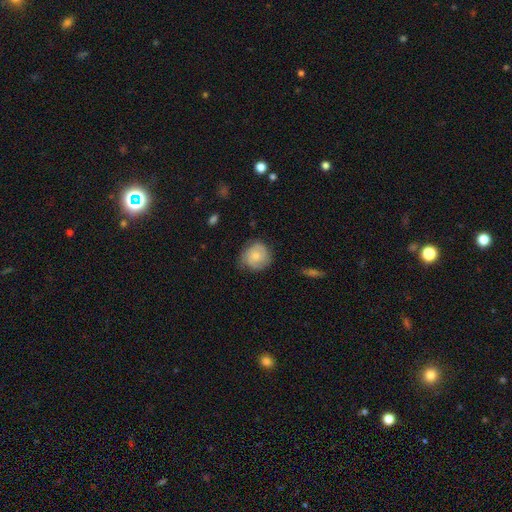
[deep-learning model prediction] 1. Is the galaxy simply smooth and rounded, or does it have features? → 56% smooth, 38% featured or disk, 7% star or artifact.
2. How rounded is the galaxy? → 85% round, 14% in between, 1% cigar-shaped.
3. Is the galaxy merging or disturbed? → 71% none, 23% minor disturbance, 6% major disturbance, 1% merger.